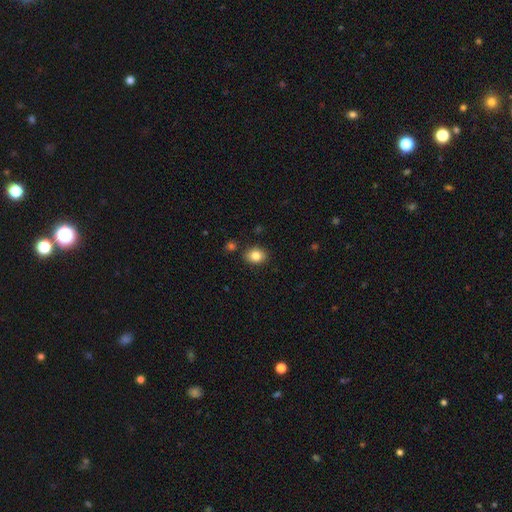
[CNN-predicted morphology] Q: Smooth or featured?
A: smooth (83%); runner-up: star or artifact (9%)
Q: How rounded?
A: in between (55%); runner-up: round (45%)
Q: Merging?
A: none (85%); runner-up: minor disturbance (9%)